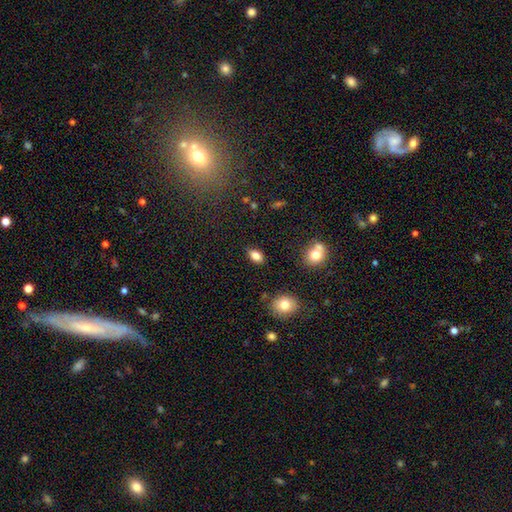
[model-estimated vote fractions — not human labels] A smooth galaxy with no disk features (83%) that is in between round and cigar-shaped (86%). Merging: none (84%).